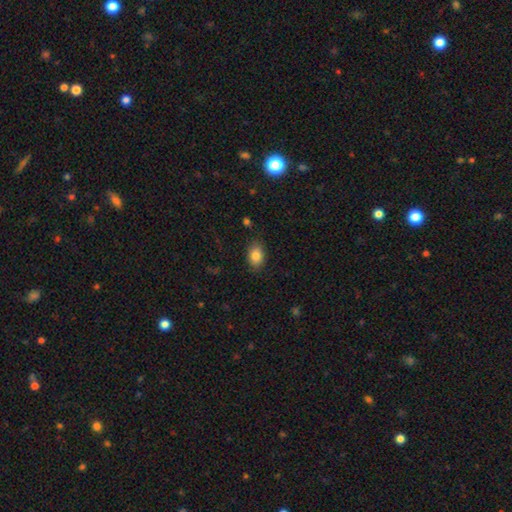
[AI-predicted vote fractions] Morphology: type=smooth (84%); roundness=in between (83%); merging=none (84%).